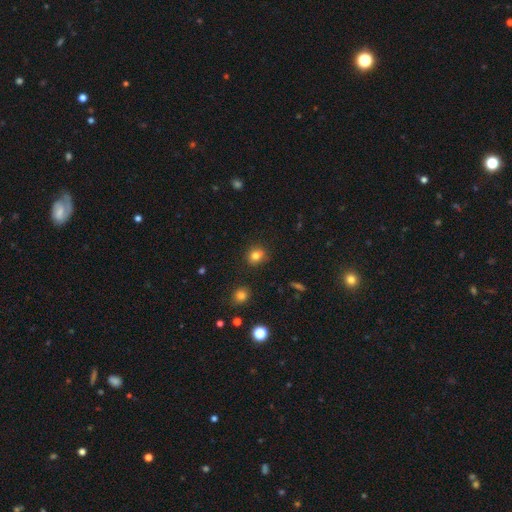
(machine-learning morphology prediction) smooth_or_featured: smooth (p=0.81) [alt: star or artifact p=0.13]
how_rounded: round (p=0.75) [alt: in between p=0.24]
merging: none (p=0.85) [alt: minor disturbance p=0.11]